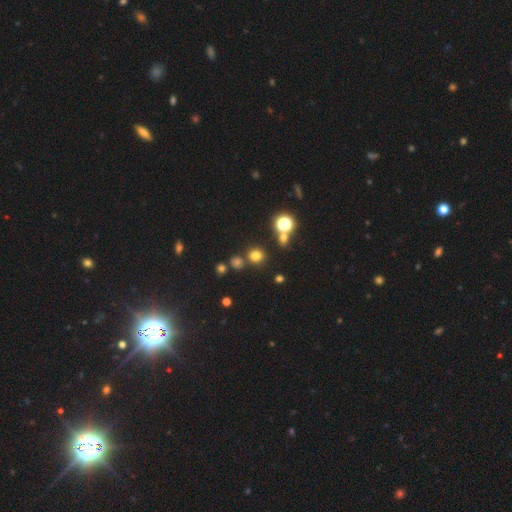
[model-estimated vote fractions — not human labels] This appears to be a smooth galaxy with no disk features (70%) that is round (88%). Merging: none (81%).